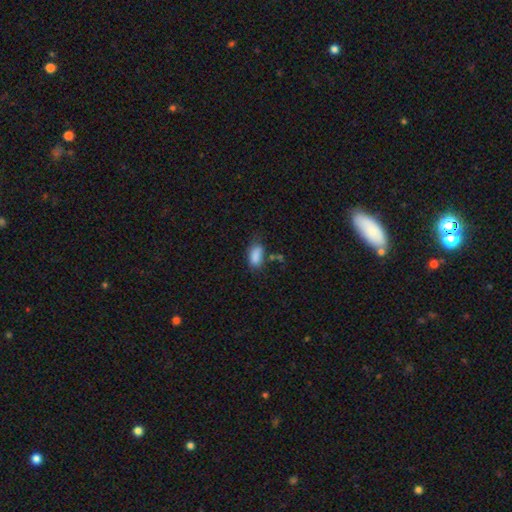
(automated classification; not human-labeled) A smooth galaxy with no disk features (86%) that is in between round and cigar-shaped (89%).

Vote fractions:
- Smooth or featured? smooth: 86% / star or artifact: 9% / featured or disk: 5%
- How rounded? in between: 89% / round: 6% / cigar-shaped: 5%
- Merging? none: 59% / minor disturbance: 27% / major disturbance: 9% / merger: 6%